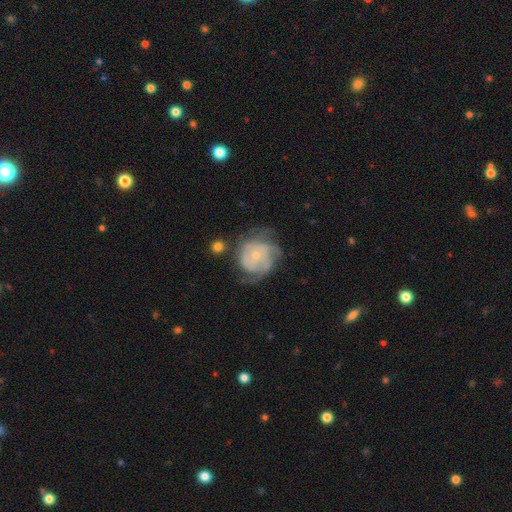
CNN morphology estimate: smooth_or_featured: featured or disk (p=0.69) [alt: smooth p=0.24]
disk_edge_on: no (p=0.98) [alt: yes p=0.02]
bar: no (p=0.82) [alt: weak p=0.16]
has_spiral_arms: yes (p=0.79) [alt: no p=0.21]
spiral_winding: tight (p=0.53) [alt: medium p=0.32]
spiral_arm_count: can't tell (p=0.41) [alt: 2 p=0.20]
bulge_size: small (p=0.72) [alt: moderate p=0.23]
merging: none (p=0.47) [alt: minor disturbance p=0.25]